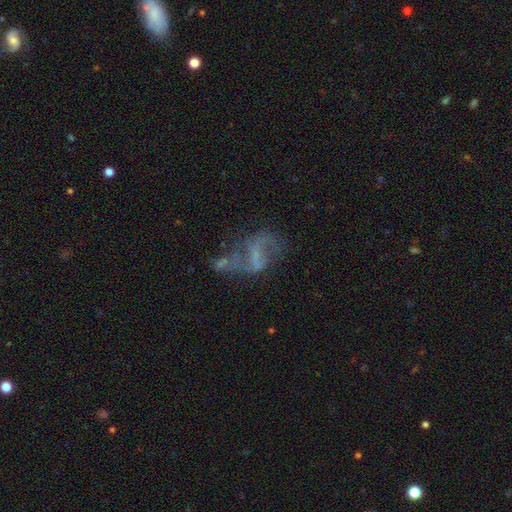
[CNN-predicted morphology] A featured or disk galaxy (70%) with a weak bar (39%), spiral arms (70%) and no central bulge (61%). Merging: none (31%).